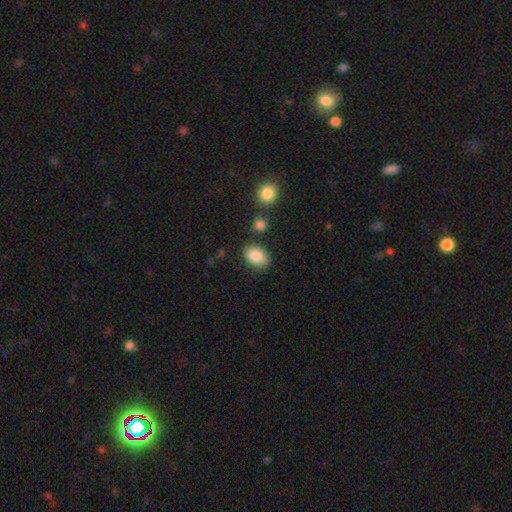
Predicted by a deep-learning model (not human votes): Smooth or featured: smooth — 86% (star or artifact — 7%)
How rounded: in between — 82% (round — 17%)
Merging: none — 79% (minor disturbance — 13%)